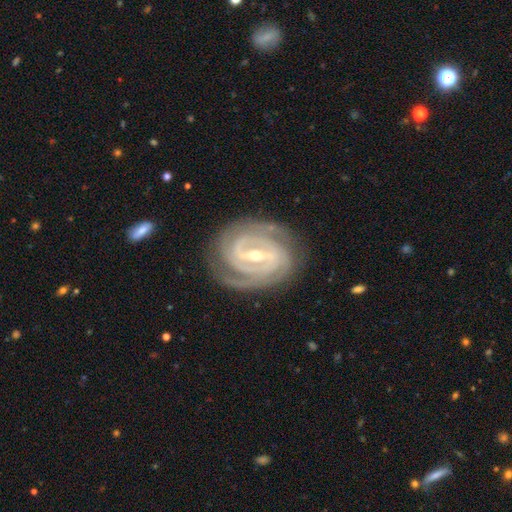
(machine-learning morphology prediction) Q: Smooth or featured?
A: featured or disk (92%); runner-up: star or artifact (4%)
Q: Edge-on disk?
A: no (97%); runner-up: yes (3%)
Q: Bar?
A: strong (60%); runner-up: weak (32%)
Q: Spiral arms?
A: yes (98%); runner-up: no (2%)
Q: Spiral winding?
A: tight (76%); runner-up: medium (21%)
Q: Spiral arm count?
A: 2 (38%); runner-up: 3 (30%)
Q: Bulge size?
A: small (56%); runner-up: moderate (41%)
Q: Merging?
A: none (81%); runner-up: minor disturbance (13%)